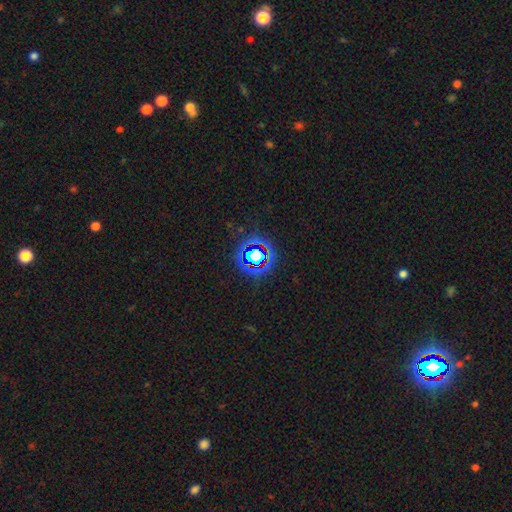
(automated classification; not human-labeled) The model was most divided on "smooth or featured": star or artifact: 71%, smooth: 17%, featured or disk: 12%.